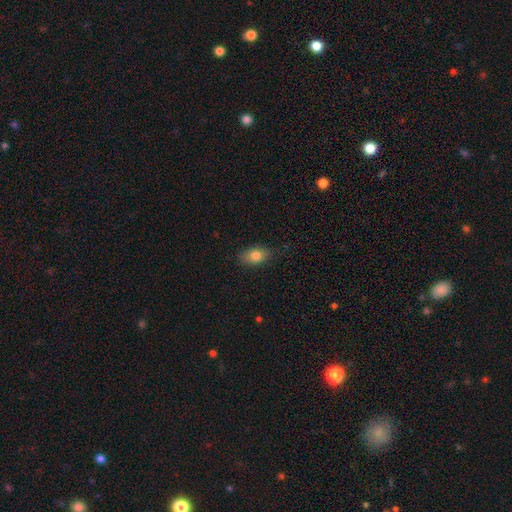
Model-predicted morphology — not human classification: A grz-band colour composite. It shows a smooth galaxy with no disk features (81%) that is in between round and cigar-shaped (86%). Merging: none (84%).